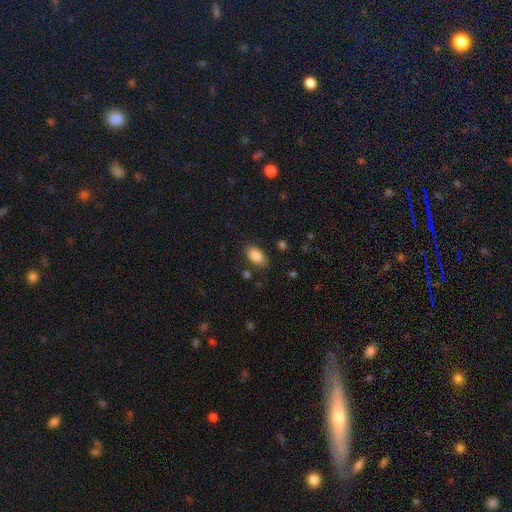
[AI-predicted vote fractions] Overall: smooth (87%). How rounded: in between (92%). Merging: none (83%).